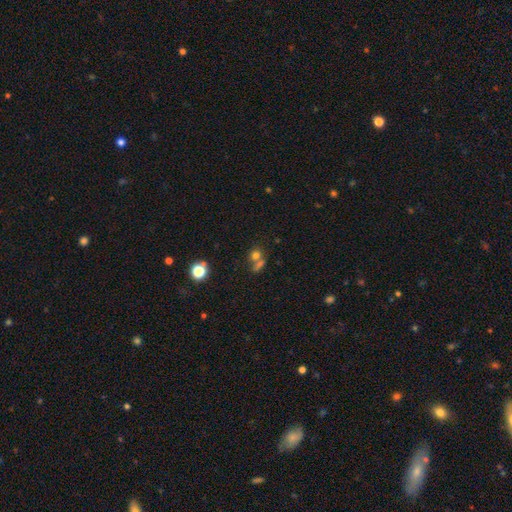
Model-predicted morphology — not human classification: Overall: smooth (68%). How rounded: round (74%). Merging: merger (46%; none 41%).